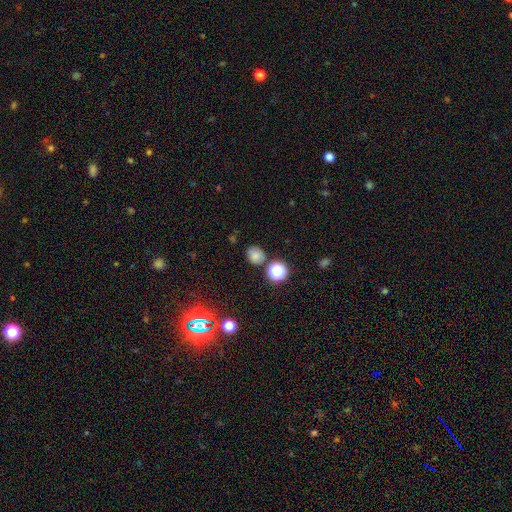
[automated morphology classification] smooth_or_featured: smooth (p=0.73) [alt: star or artifact p=0.19]
how_rounded: round (p=0.74) [alt: in between p=0.25]
merging: none (p=0.77) [alt: minor disturbance p=0.13]